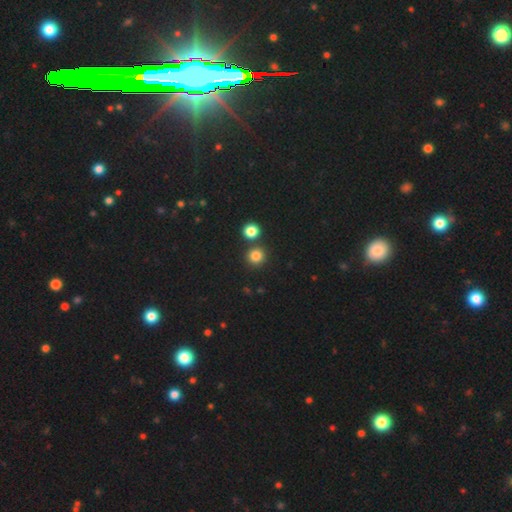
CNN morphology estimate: Q: Smooth or featured?
A: smooth (81%); runner-up: star or artifact (14%)
Q: How rounded?
A: round (93%); runner-up: in between (6%)
Q: Merging?
A: none (81%); runner-up: merger (11%)